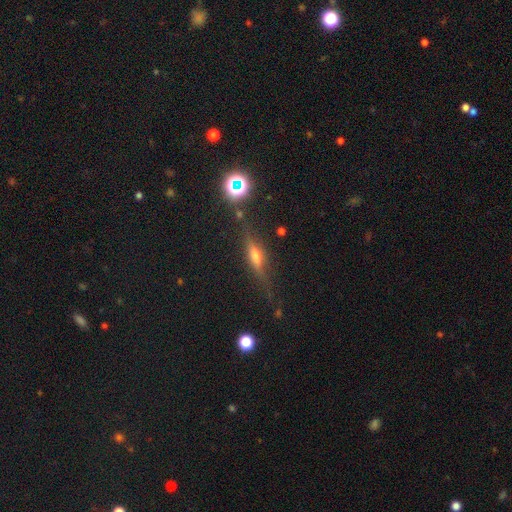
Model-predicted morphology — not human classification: A featured or disk galaxy (60%) viewed edge-on (91%) with a rounded central bulge (84%). Merging: none (76%).